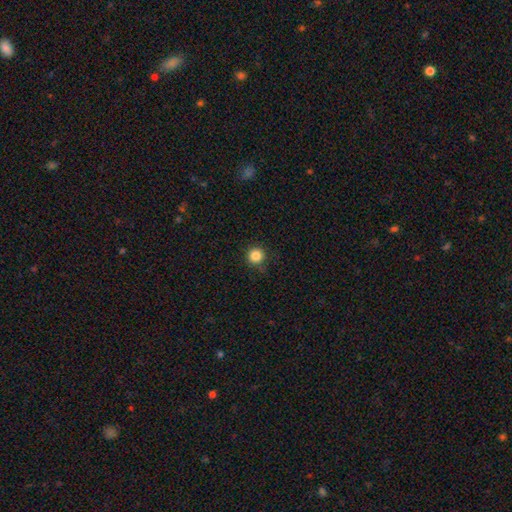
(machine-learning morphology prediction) This is clearly a smooth galaxy (85%). How rounded: clearly round (95%). Merging: clearly none (84%).